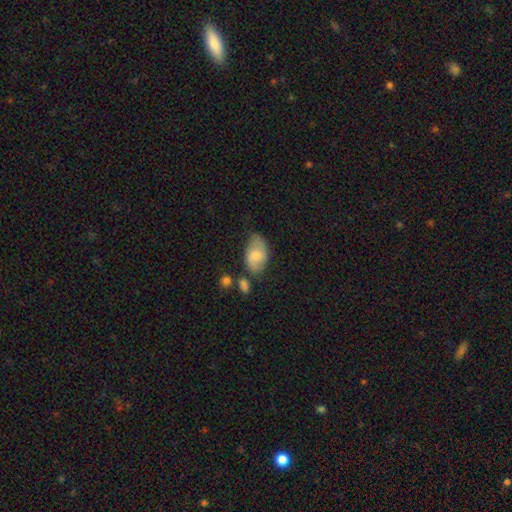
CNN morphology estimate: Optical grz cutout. It shows a smooth galaxy with no disk features (69%) that is in between round and cigar-shaped (91%). Merging: none (53%).